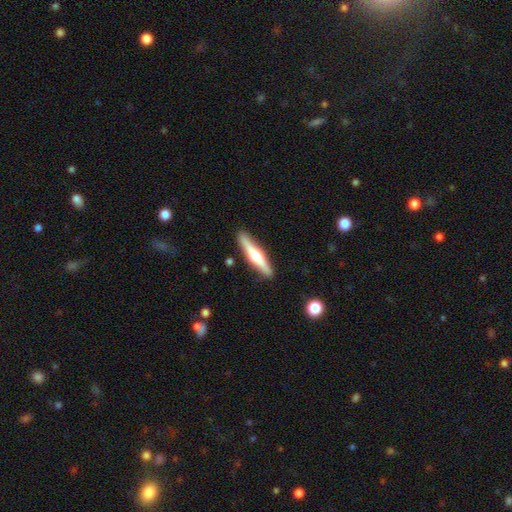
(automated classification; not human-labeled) This is possibly a featured or disk galaxy (59%). It is clearly viewed edge-on (96%). Edge-on bulge: clearly rounded (91%). Merging: clearly none (89%).